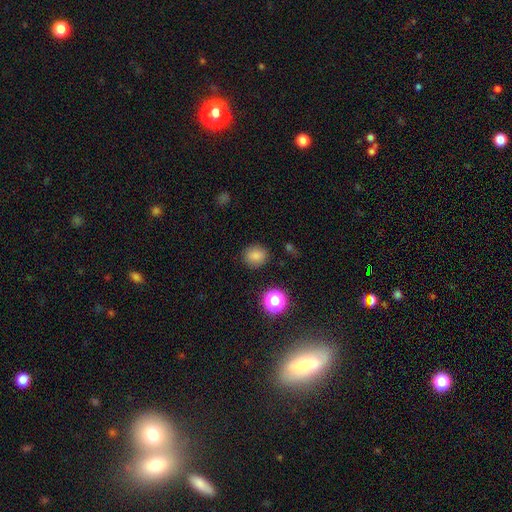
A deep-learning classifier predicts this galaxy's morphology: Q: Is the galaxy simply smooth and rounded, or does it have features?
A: smooth — 82%.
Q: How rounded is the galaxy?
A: round — 71%.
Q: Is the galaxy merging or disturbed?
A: none — 86%.